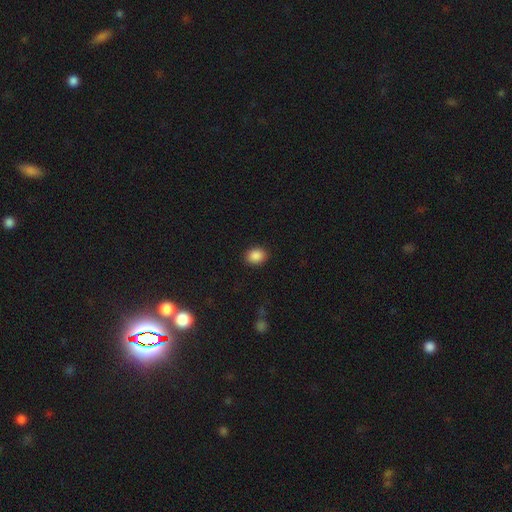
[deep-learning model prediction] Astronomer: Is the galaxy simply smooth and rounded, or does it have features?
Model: smooth — 88%.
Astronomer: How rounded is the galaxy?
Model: in between — 59% (runner-up: round, 40%).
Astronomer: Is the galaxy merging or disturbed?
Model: none — 89%.